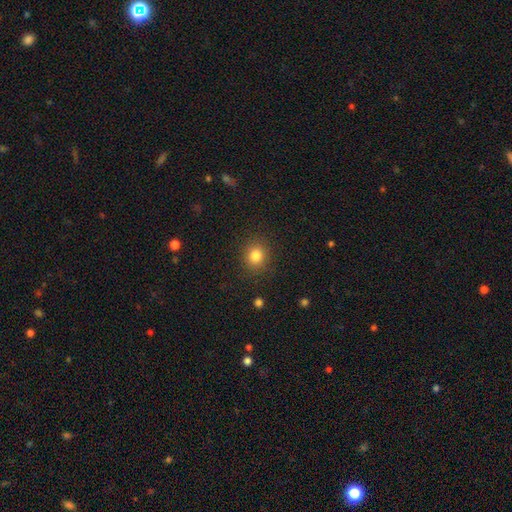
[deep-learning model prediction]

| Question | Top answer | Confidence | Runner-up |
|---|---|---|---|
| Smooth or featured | smooth | 83% | star or artifact (12%) |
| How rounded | round | 80% | in between (19%) |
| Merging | none | 88% | minor disturbance (8%) |